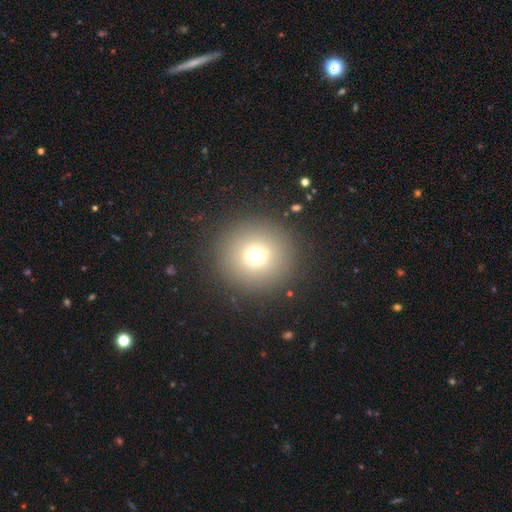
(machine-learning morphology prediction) The model was most divided on "smooth or featured": smooth: 71%, star or artifact: 18%, featured or disk: 11%. More confident: how rounded — round (96%); merging — none (90%).